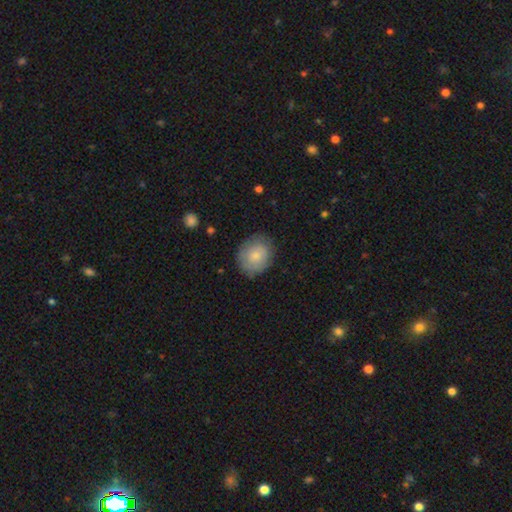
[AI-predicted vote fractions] Smooth or featured?
  - smooth: 75% *
  - featured or disk: 18%
  - star or artifact: 7%
How rounded?
  - round: 63% *
  - in between: 36%
  - cigar-shaped: 1%
Merging?
  - none: 78% *
  - minor disturbance: 16%
  - major disturbance: 5%
  - merger: 1%